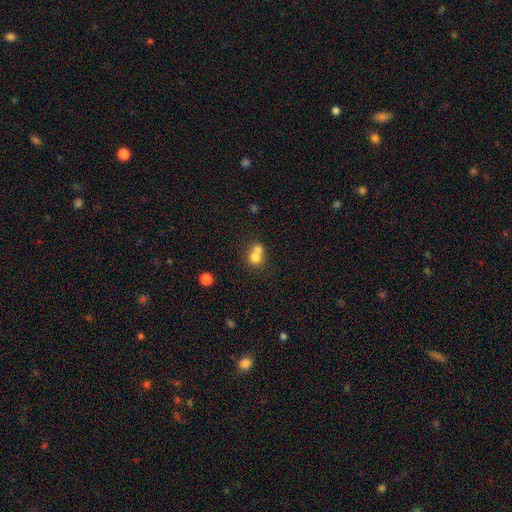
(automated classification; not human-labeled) Smooth or featured: smooth — 73% (featured or disk — 16%)
How rounded: round — 77% (in between — 22%)
Merging: merger — 63% (none — 29%)